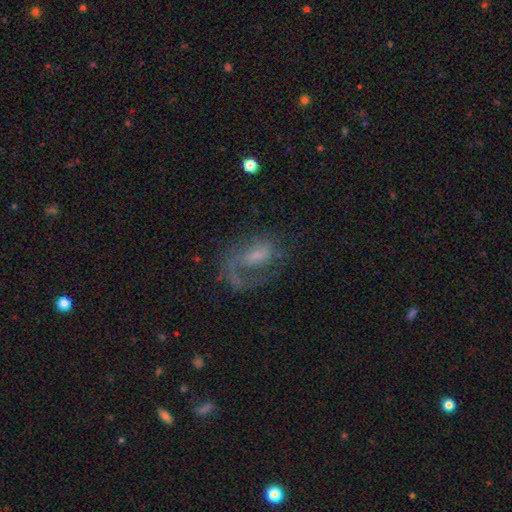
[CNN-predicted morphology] smooth_or_featured: featured or disk (p=0.70) [alt: smooth p=0.20]
disk_edge_on: no (p=0.96) [alt: yes p=0.04]
bar: no (p=0.44) [alt: weak p=0.43]
has_spiral_arms: yes (p=0.83) [alt: no p=0.17]
spiral_winding: medium (p=0.43) [alt: loose p=0.33]
spiral_arm_count: 1 (p=0.69) [alt: 2 p=0.17]
bulge_size: small (p=0.45) [alt: moderate p=0.27]
merging: none (p=0.46) [alt: major disturbance p=0.34]